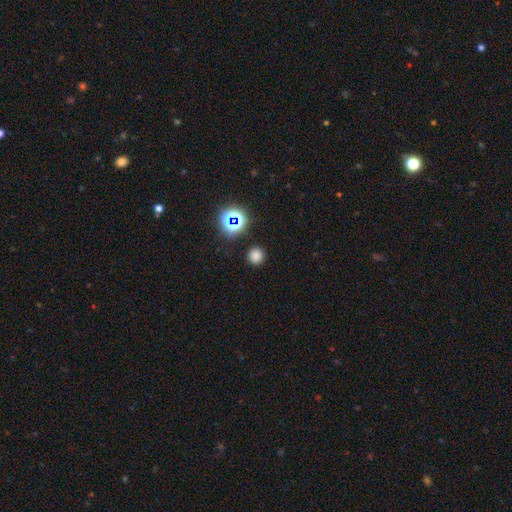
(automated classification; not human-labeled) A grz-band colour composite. It shows a smooth galaxy with no disk features (75%) that is round (93%). Merging: none (90%).